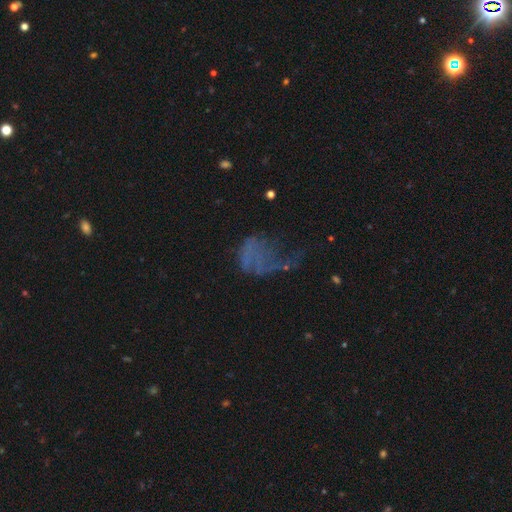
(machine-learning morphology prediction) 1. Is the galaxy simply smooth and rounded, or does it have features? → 43% featured or disk, 33% smooth, 24% star or artifact.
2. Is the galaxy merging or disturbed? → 55% major disturbance, 25% none, 14% minor disturbance, 6% merger.